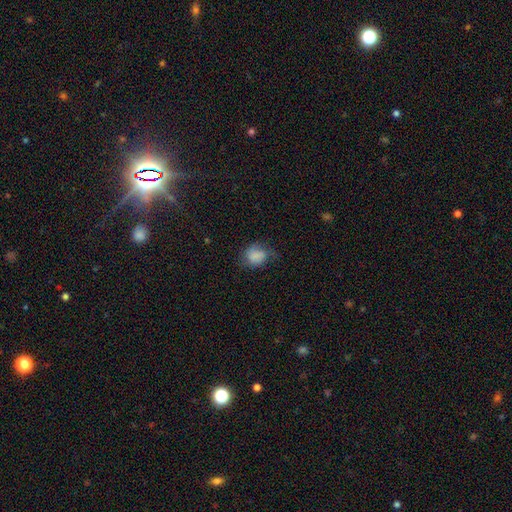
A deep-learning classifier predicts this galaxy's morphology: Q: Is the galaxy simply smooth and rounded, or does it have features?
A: smooth — 76%.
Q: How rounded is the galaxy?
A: round — 53%.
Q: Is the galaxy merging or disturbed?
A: none — 45%.